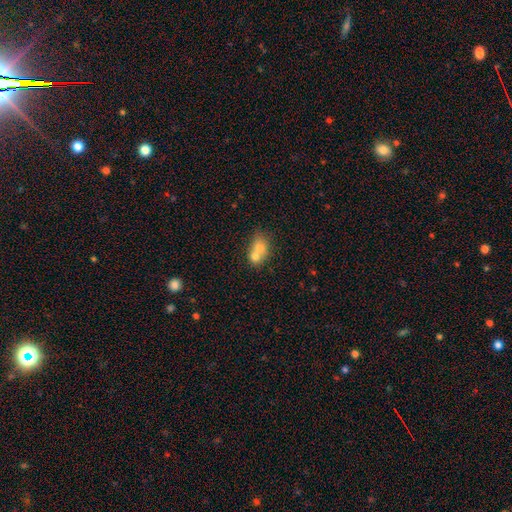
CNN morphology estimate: A smooth galaxy with no disk features (70%) that is in between round and cigar-shaped (54%).

Vote fractions:
- Smooth or featured? smooth: 70% / featured or disk: 20% / star or artifact: 10%
- How rounded? in between: 54% / round: 45% / cigar-shaped: 1%
- Merging? merger: 64% / none: 25% / minor disturbance: 8% / major disturbance: 4%